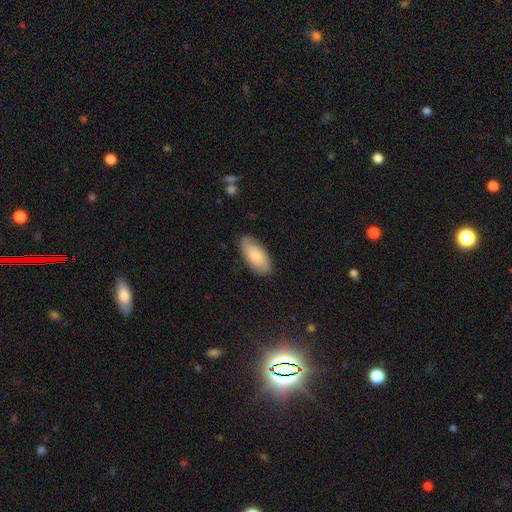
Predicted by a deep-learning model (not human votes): Q: Smooth or featured?
A: smooth (71%); runner-up: featured or disk (23%)
Q: How rounded?
A: in between (91%); runner-up: cigar-shaped (7%)
Q: Merging?
A: none (82%); runner-up: minor disturbance (14%)